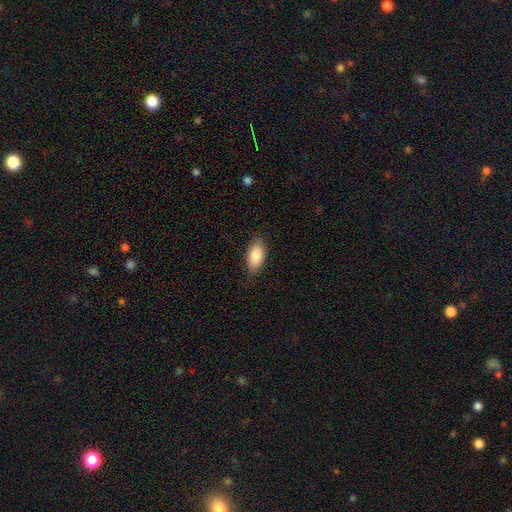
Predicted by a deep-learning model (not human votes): Q: Smooth or featured?
A: smooth (87%); runner-up: featured or disk (7%)
Q: How rounded?
A: in between (92%); runner-up: cigar-shaped (6%)
Q: Merging?
A: none (84%); runner-up: minor disturbance (12%)